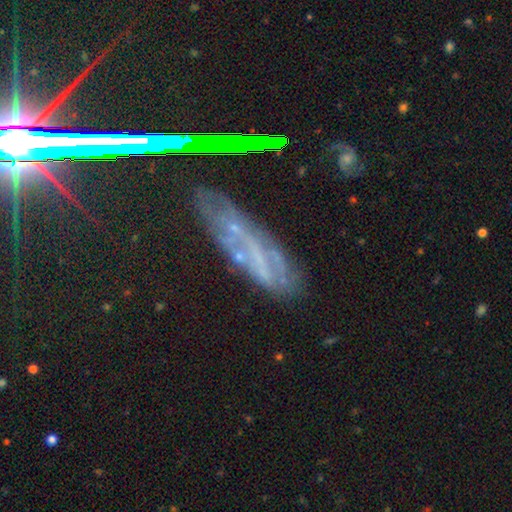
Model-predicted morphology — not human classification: A featured or disk galaxy (57%).

Vote fractions:
- Smooth or featured? featured or disk: 57% / smooth: 22% / star or artifact: 22%
- Edge-on disk? no: 66% / yes: 34%
- Merging? none: 61% / minor disturbance: 22% / major disturbance: 13% / merger: 5%